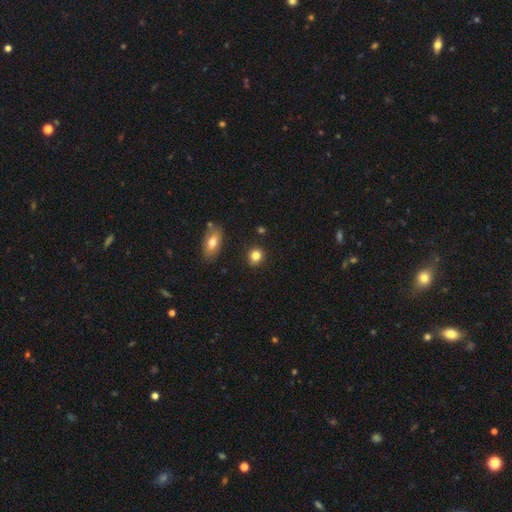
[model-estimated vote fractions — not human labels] smooth_or_featured: smooth (p=0.82) [alt: star or artifact p=0.11]
how_rounded: round (p=0.78) [alt: in between p=0.21]
merging: none (p=0.86) [alt: minor disturbance p=0.09]